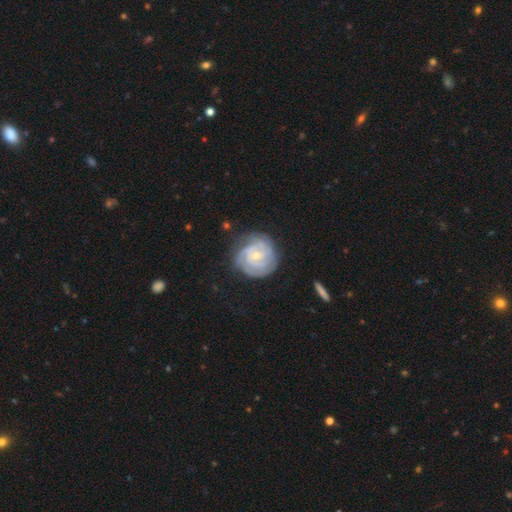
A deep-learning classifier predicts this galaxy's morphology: This is clearly a featured or disk galaxy (83%). It is clearly not viewed edge-on (98%). Bar: likely no (65%). Spiral arm pattern: clearly yes (96%). Spiral arm count: marginally can't tell (29%). Spiral winding: likely tight (78%). Central bulge: likely small (69%). Merging: likely none (76%).